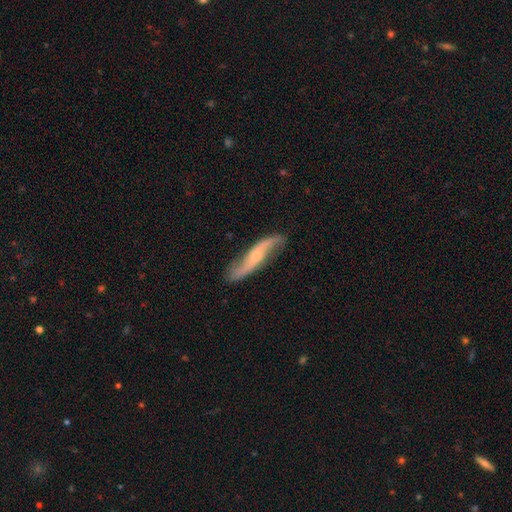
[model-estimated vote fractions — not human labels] This is clearly a featured or disk galaxy (81%). It is likely not viewed edge-on (78%). Bar: possibly no (55%). Spiral arm pattern: clearly yes (95%). Spiral arm count: clearly 2 (93%). Spiral winding: clearly loose (81%). Central bulge: likely small (60%). Merging: likely none (79%).